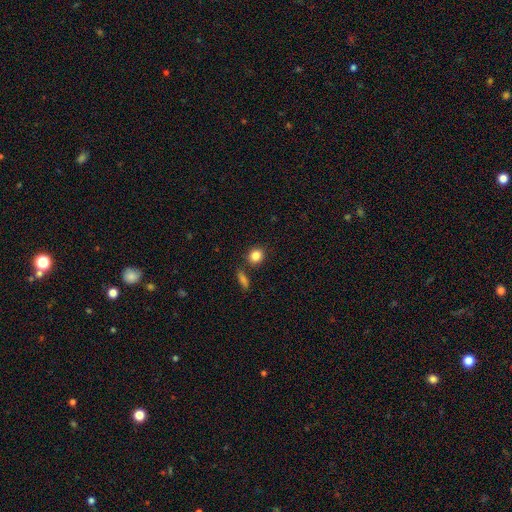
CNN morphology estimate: A smooth galaxy with no disk features (85%) that is round (69%). Merging: none (79%).